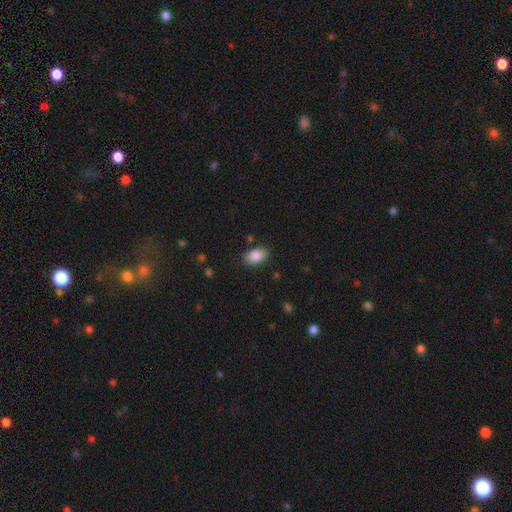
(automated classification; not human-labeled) smooth 87%, star or artifact 8%, featured or disk 6%. Down the decision tree: how rounded — in between (91%); merging — none (85%).